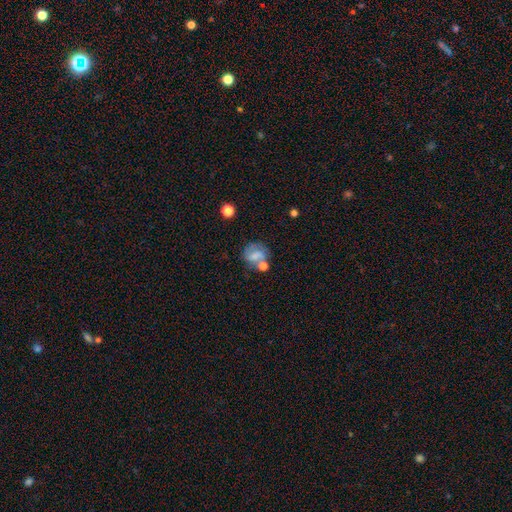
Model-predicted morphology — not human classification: This appears to be a smooth galaxy with no disk features (47%). Merging: none (42%).